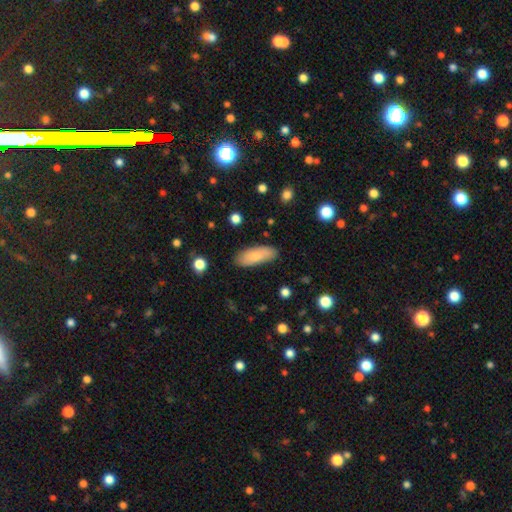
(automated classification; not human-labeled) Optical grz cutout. It shows a smooth galaxy with no disk features (80%) that is in between round and cigar-shaped (71%). Merging: none (84%).